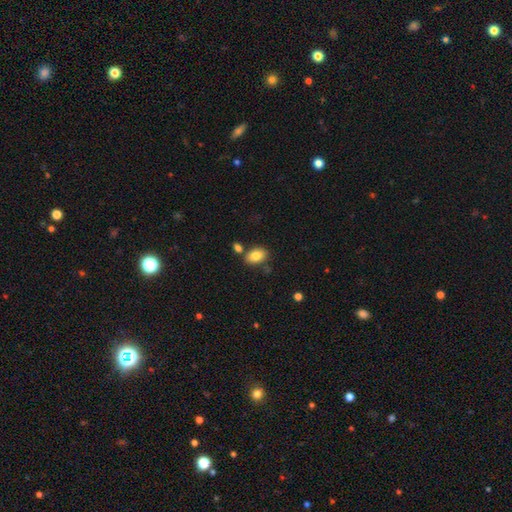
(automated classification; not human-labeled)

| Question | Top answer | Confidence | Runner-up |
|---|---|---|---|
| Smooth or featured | smooth | 83% | featured or disk (9%) |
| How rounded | in between | 87% | round (12%) |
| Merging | none | 72% | minor disturbance (13%) |